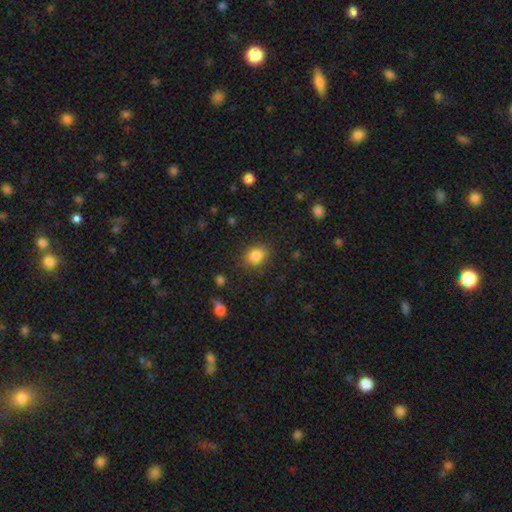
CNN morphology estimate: Overall: smooth (85%). How rounded: in between (55%; round 44%). Merging: none (83%).